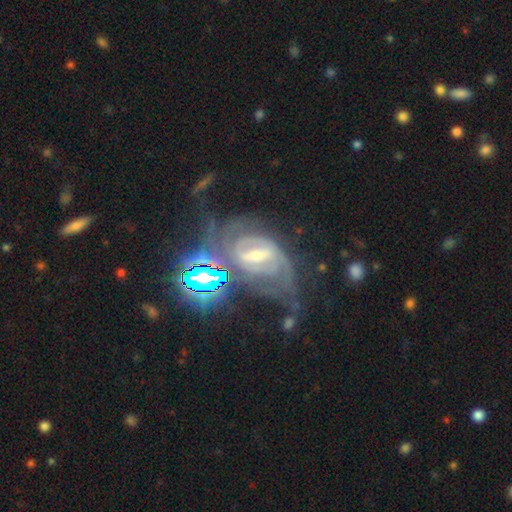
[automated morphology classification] Smooth or featured: featured or disk — 79% (star or artifact — 12%)
Edge-on disk: no — 95% (yes — 5%)
Bar: strong — 50% (weak — 37%)
Spiral arms: yes — 91% (no — 9%)
Spiral winding: medium — 43% (tight — 37%)
Spiral arm count: 2 — 56% (can't tell — 21%)
Bulge size: small — 48% (moderate — 41%)
Merging: none — 44% (major disturbance — 28%)